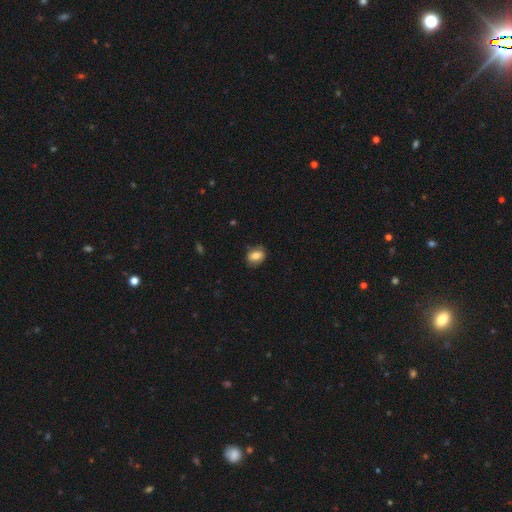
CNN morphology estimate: Overall: smooth (75%). How rounded: in between (69%). Merging: none (78%).